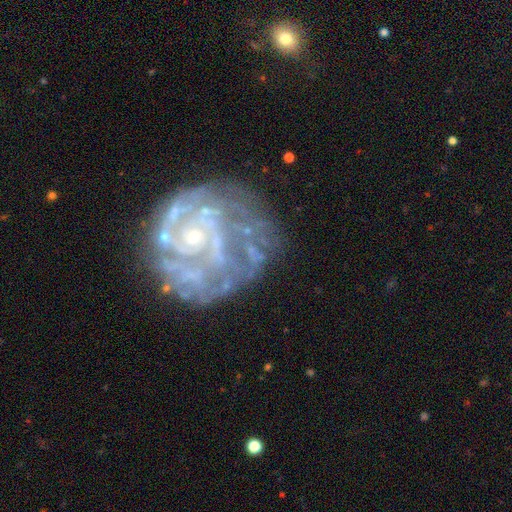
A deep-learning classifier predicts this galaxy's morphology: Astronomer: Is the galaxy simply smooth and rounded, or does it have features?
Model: featured or disk — 80%.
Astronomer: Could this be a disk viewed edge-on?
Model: no — 98%.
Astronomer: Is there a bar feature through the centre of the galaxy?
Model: no — 78%.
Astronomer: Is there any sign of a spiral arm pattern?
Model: yes — 66%.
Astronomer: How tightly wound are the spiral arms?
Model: tight — 63%.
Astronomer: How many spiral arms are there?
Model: can't tell — 52%.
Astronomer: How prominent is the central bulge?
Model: small — 69%.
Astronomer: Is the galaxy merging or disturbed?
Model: none — 61%.